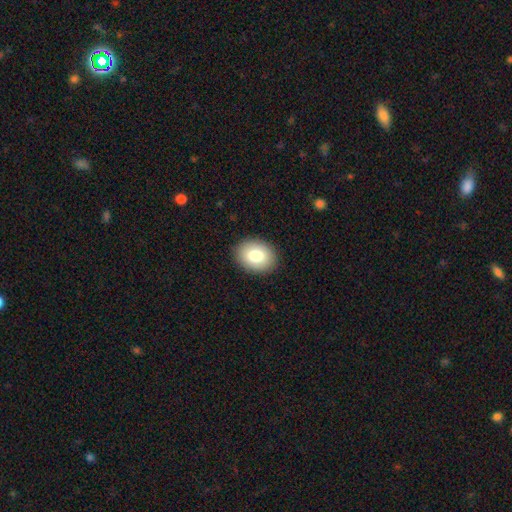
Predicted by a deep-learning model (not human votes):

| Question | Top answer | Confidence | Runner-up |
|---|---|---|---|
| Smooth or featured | smooth | 82% | featured or disk (10%) |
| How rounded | in between | 64% | round (36%) |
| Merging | none | 90% | minor disturbance (7%) |